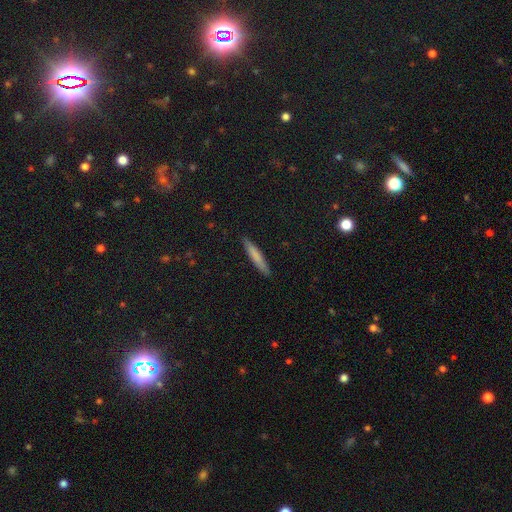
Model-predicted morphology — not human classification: A smooth galaxy with no disk features (74%) that is cigar-shaped (94%).

Vote fractions:
- Smooth or featured? smooth: 74% / featured or disk: 20% / star or artifact: 6%
- How rounded? cigar-shaped: 94% / in between: 5% / round: 1%
- Merging? none: 90% / minor disturbance: 8% / major disturbance: 1% / merger: 1%